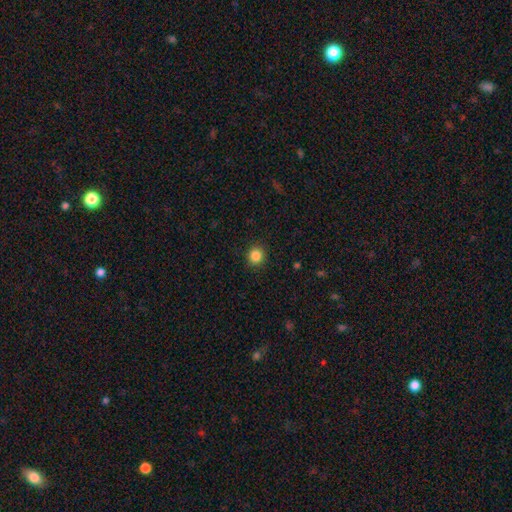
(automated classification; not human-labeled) smooth 86%, star or artifact 11%, featured or disk 4%. Down the decision tree: how rounded — round (88%); merging — none (91%).